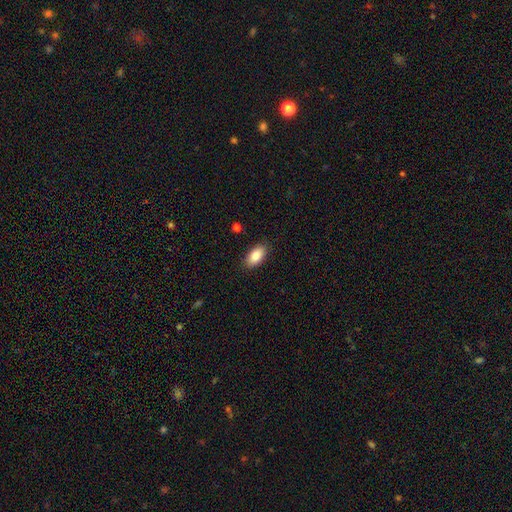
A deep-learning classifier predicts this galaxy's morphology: The model was most divided on "smooth or featured": smooth: 86%, featured or disk: 8%, star or artifact: 7%. More confident: how rounded — in between (93%); merging — none (88%).